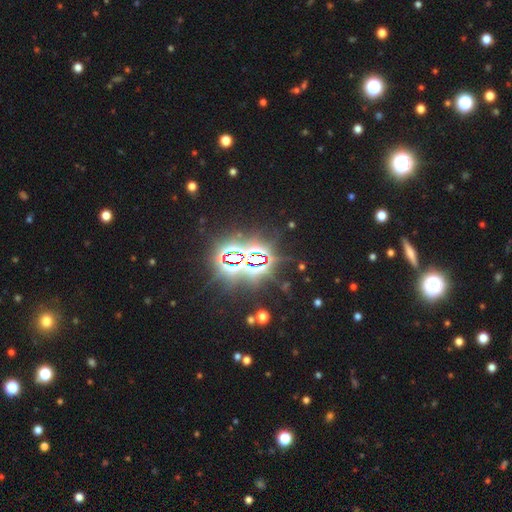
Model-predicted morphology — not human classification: Smooth or featured? Predicted: star or artifact (p=0.77).